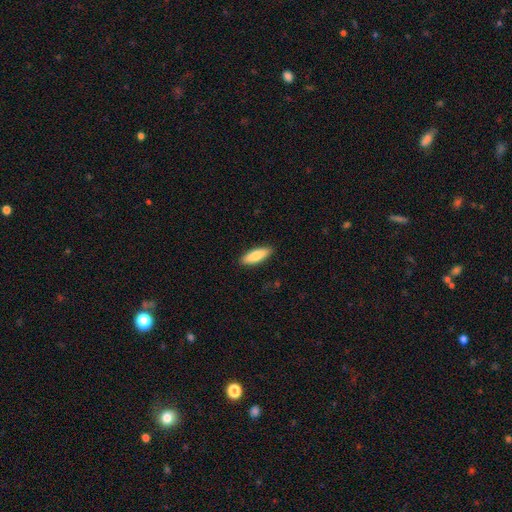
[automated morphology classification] The model was most divided on "how rounded": in between: 62%, cigar-shaped: 36%, round: 2%. More confident: merging — none (89%); smooth or featured — smooth (84%).